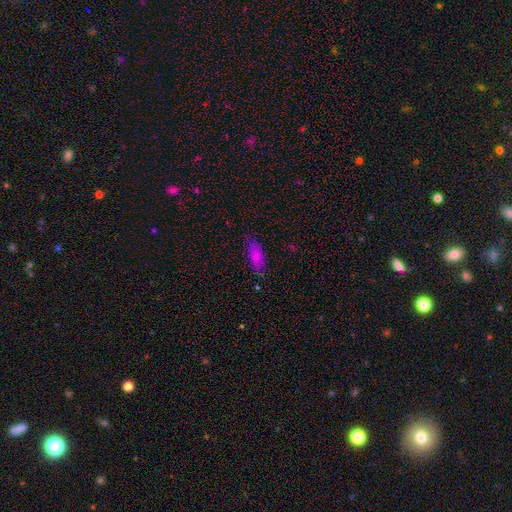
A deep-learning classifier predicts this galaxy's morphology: This appears to be a smooth galaxy with no disk features (77%) that is in between round and cigar-shaped (68%). Merging: none (77%).